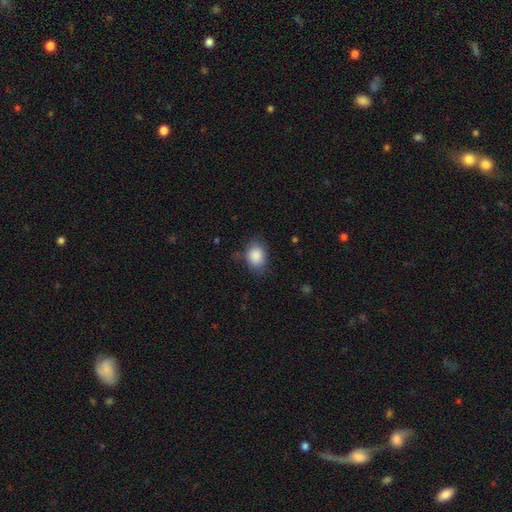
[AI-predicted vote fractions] A smooth galaxy with no disk features (87%) that is in between round and cigar-shaped (57%). Merging: none (71%).